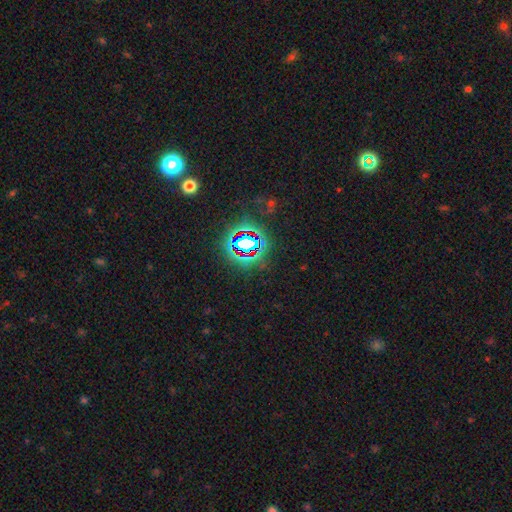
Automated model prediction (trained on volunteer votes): Q: Smooth or featured?
A: star or artifact (79%); runner-up: smooth (12%)